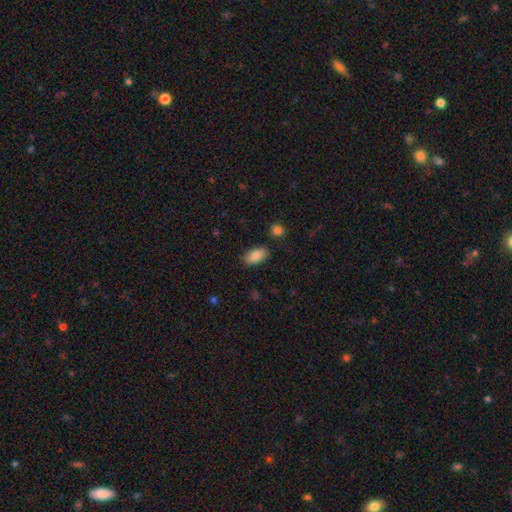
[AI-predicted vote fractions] This is clearly a smooth galaxy (86%). How rounded: clearly in between (92%). Merging: clearly none (85%).